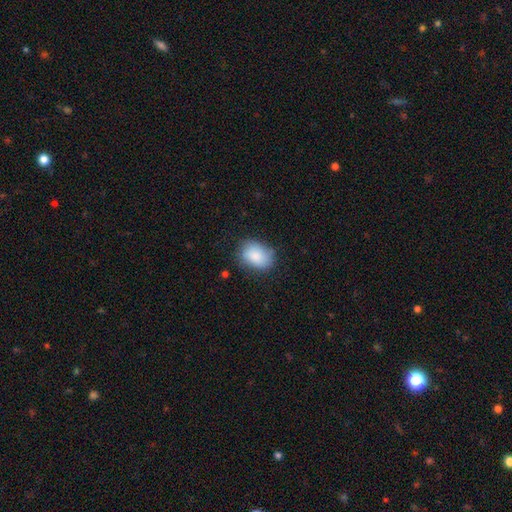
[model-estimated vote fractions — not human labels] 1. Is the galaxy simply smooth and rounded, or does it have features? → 85% smooth, 8% featured or disk, 7% star or artifact.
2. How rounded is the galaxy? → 79% in between, 20% round, 1% cigar-shaped.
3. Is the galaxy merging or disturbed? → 70% none, 23% minor disturbance, 5% major disturbance, 2% merger.